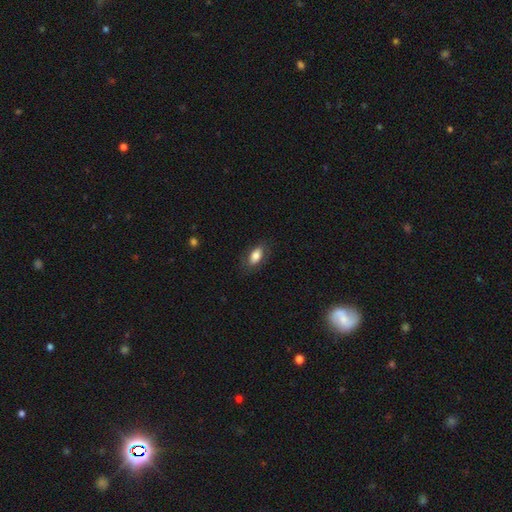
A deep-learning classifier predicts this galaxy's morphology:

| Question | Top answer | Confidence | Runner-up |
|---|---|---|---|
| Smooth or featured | smooth | 80% | featured or disk (12%) |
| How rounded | in between | 90% | round (5%) |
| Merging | none | 80% | minor disturbance (14%) |